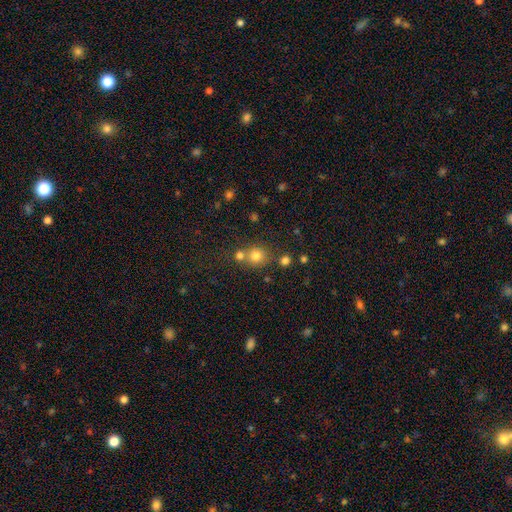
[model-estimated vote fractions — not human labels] Smooth or featured? Predicted: smooth (p=0.78). How rounded? Predicted: round (p=0.86). Merging? Predicted: none (p=0.57).